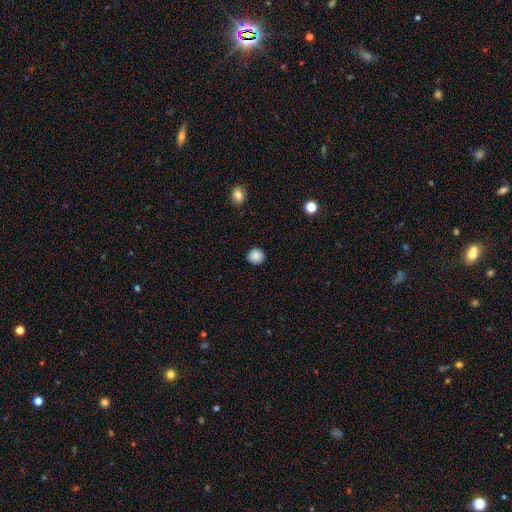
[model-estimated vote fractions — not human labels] smooth-or-featured: smooth: 87% | star or artifact: 9% | featured or disk: 4%
  how-rounded: round: 92% | in between: 7% | cigar-shaped: 1%
  merging: none: 90% | minor disturbance: 7% | major disturbance: 2% | merger: 1%